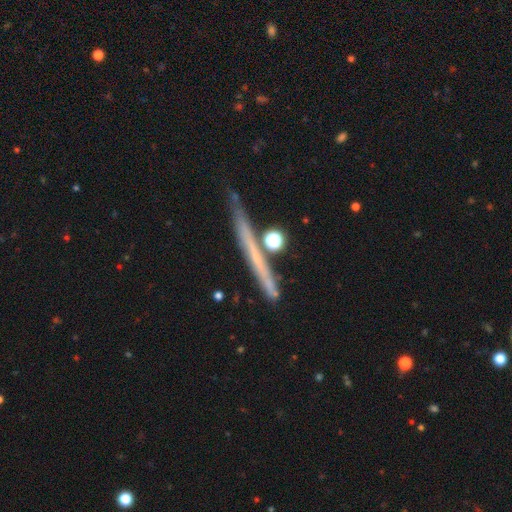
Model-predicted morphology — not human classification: A featured or disk galaxy (52%) viewed edge-on (93%).

Vote fractions:
- Smooth or featured? featured or disk: 52% / smooth: 38% / star or artifact: 10%
- Edge-on disk? yes: 93% / no: 7%
- Merging? none: 72% / minor disturbance: 16% / merger: 7% / major disturbance: 5%